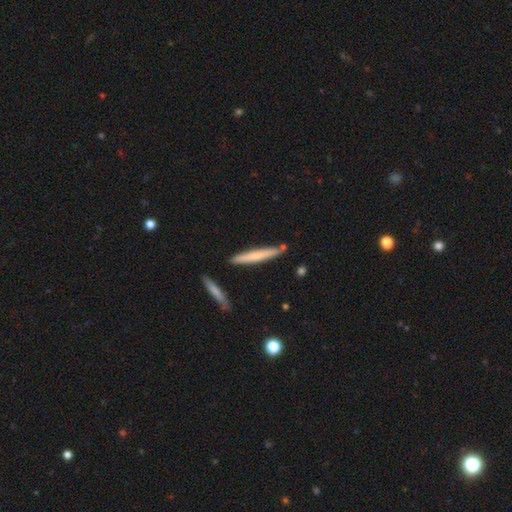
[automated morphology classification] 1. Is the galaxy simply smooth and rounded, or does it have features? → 64% smooth, 30% featured or disk, 5% star or artifact.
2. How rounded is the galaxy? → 96% cigar-shaped, 3% in between, 1% round.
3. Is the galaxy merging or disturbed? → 84% none, 10% minor disturbance, 5% merger, 2% major disturbance.